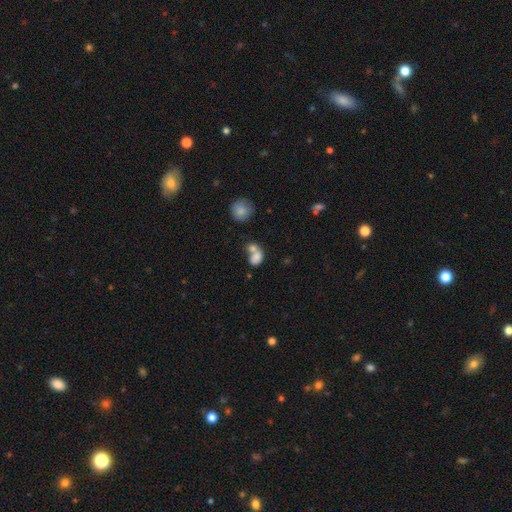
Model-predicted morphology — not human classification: Smooth or featured?
  - smooth: 77% *
  - featured or disk: 13%
  - star or artifact: 10%
How rounded?
  - in between: 65% *
  - round: 34%
  - cigar-shaped: 1%
Merging?
  - merger: 62% *
  - none: 24%
  - minor disturbance: 8%
  - major disturbance: 6%